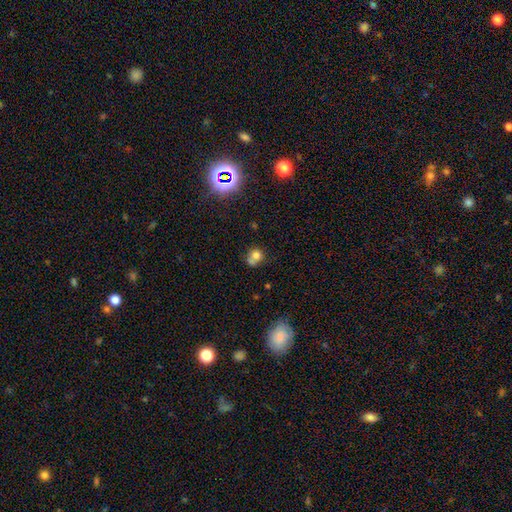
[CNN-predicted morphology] This appears to be a smooth galaxy with no disk features (72%) that is round (75%). Merging: none (39%, tied with merger).